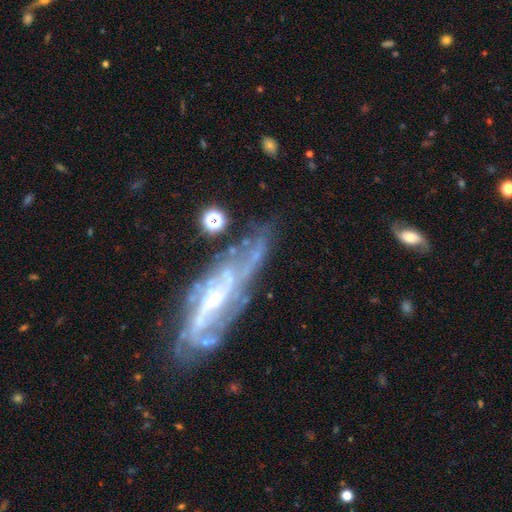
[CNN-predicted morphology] This is likely a featured or disk galaxy (79%). It is clearly not viewed edge-on (84%). Bar: possibly no (50%). Spiral arm pattern: clearly yes (88%). Spiral arm count: marginally can't tell (33%, tied with 2). Spiral winding: marginally medium (43%). Central bulge: possibly small (55%). Merging: possibly none (58%).